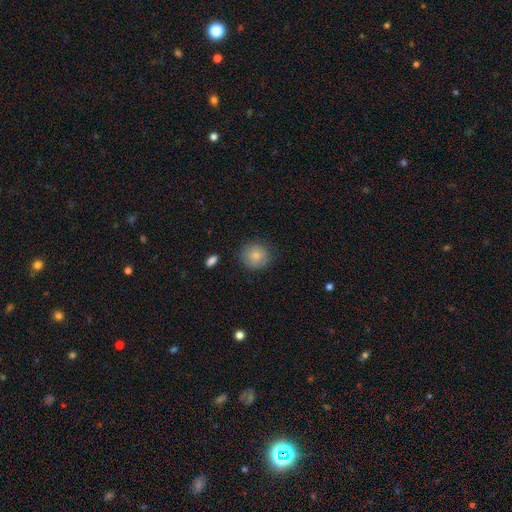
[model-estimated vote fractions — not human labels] Smooth or featured? Predicted: smooth (p=0.84). How rounded? Predicted: round (p=0.88). Merging? Predicted: none (p=0.82).